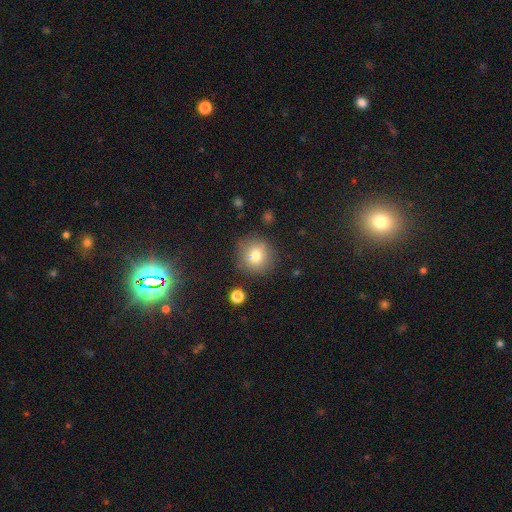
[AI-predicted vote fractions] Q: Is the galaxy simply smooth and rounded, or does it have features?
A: smooth — 78%.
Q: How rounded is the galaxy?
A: round — 91%.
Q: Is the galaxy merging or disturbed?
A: none — 84%.